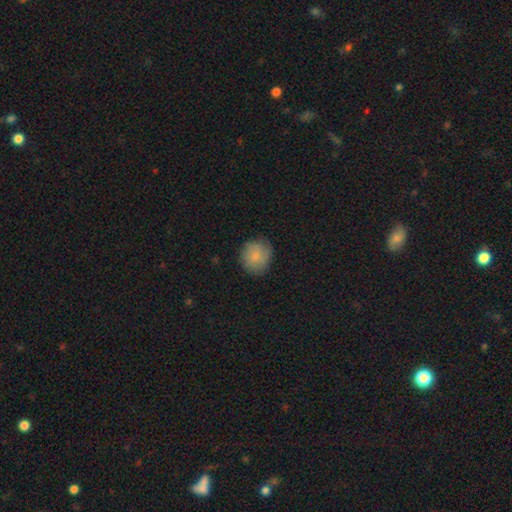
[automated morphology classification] smooth_or_featured: smooth (p=0.82) [alt: featured or disk p=0.11]
how_rounded: round (p=0.85) [alt: in between p=0.14]
merging: none (p=0.79) [alt: minor disturbance p=0.17]